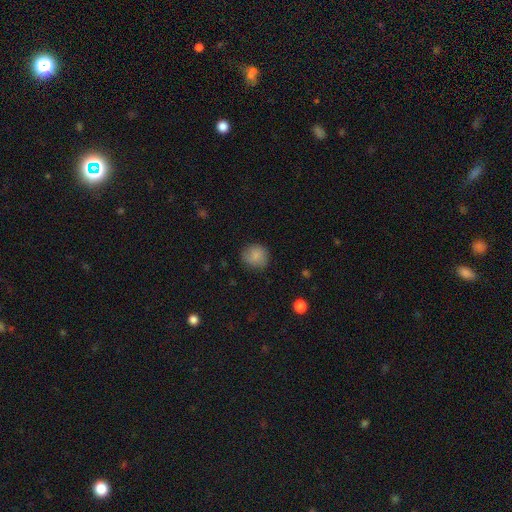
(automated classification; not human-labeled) smooth-or-featured: smooth: 85% | star or artifact: 9% | featured or disk: 6%
  how-rounded: round: 86% | in between: 13% | cigar-shaped: 1%
  merging: none: 81% | minor disturbance: 14% | major disturbance: 4% | merger: 1%